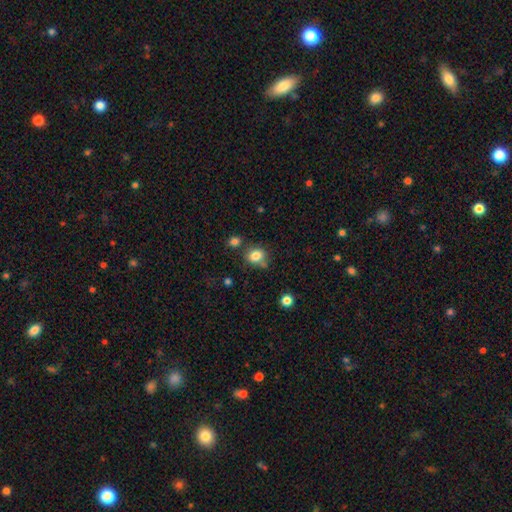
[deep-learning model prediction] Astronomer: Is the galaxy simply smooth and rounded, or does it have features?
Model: smooth — 82%.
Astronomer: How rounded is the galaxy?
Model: round — 65%.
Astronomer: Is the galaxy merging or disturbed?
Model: none — 64%.